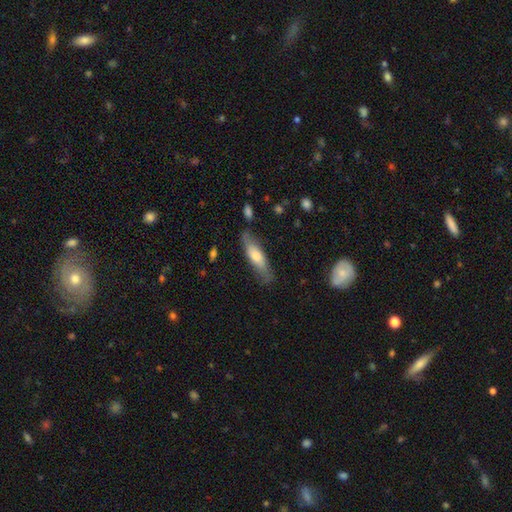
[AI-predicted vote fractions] Smooth or featured?
  - smooth: 60% *
  - featured or disk: 33%
  - star or artifact: 6%
How rounded?
  - cigar-shaped: 58% *
  - in between: 40%
  - round: 2%
Merging?
  - none: 74% *
  - minor disturbance: 19%
  - major disturbance: 5%
  - merger: 3%